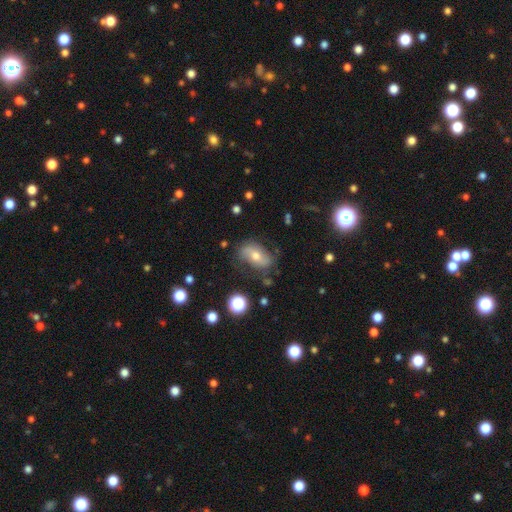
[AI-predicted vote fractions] smooth_or_featured: featured or disk (p=0.49) [alt: smooth p=0.38]
merging: none (p=0.68) [alt: minor disturbance p=0.20]